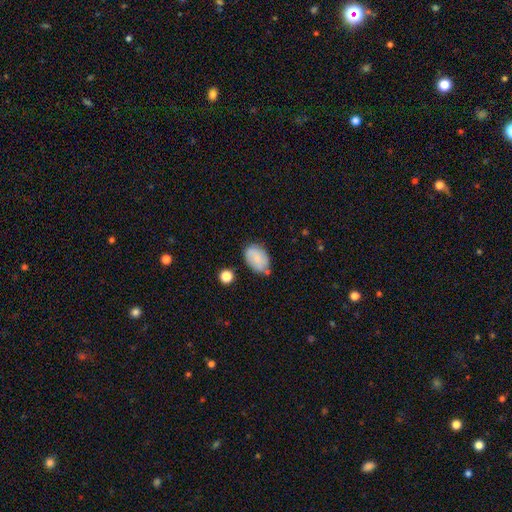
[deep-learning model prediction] A smooth galaxy with no disk features (71%) that is in between round and cigar-shaped (84%).

Vote fractions:
- Smooth or featured? smooth: 71% / featured or disk: 20% / star or artifact: 9%
- How rounded? in between: 84% / round: 14% / cigar-shaped: 2%
- Merging? none: 63% / minor disturbance: 25% / merger: 7% / major disturbance: 5%